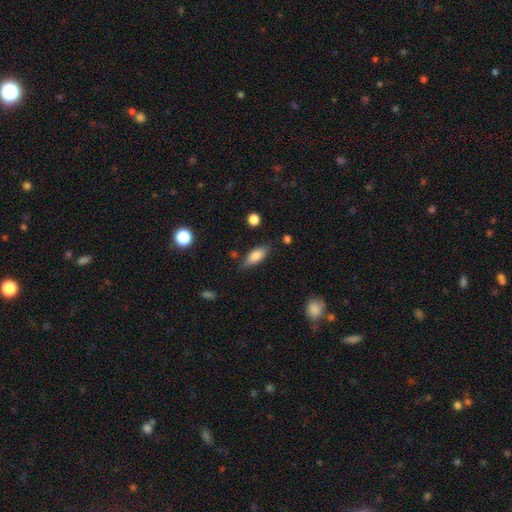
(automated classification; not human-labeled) Overall: smooth (82%). How rounded: in between (78%). Merging: none (77%).